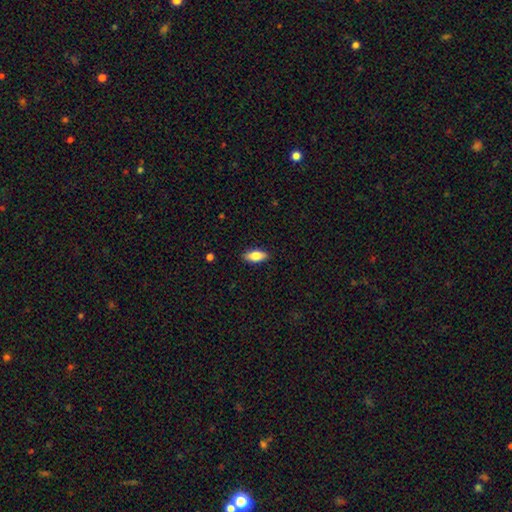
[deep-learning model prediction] Smooth or featured?
  - smooth: 80% *
  - featured or disk: 14%
  - star or artifact: 7%
How rounded?
  - in between: 85% *
  - cigar-shaped: 13%
  - round: 3%
Merging?
  - none: 89% *
  - minor disturbance: 8%
  - major disturbance: 2%
  - merger: 1%